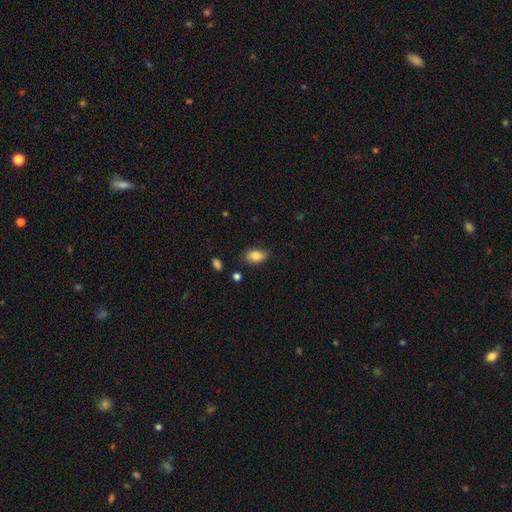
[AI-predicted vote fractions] Q: Smooth or featured?
A: smooth (84%); runner-up: star or artifact (8%)
Q: How rounded?
A: in between (90%); runner-up: round (8%)
Q: Merging?
A: none (81%); runner-up: minor disturbance (14%)